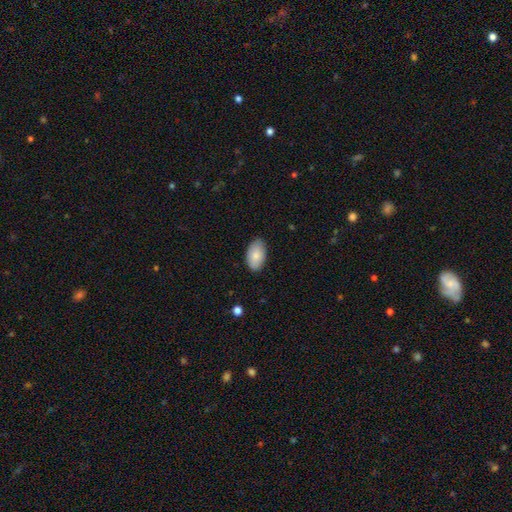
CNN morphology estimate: This appears to be a smooth galaxy with no disk features (82%) that is in between round and cigar-shaped (94%). Merging: none (83%).